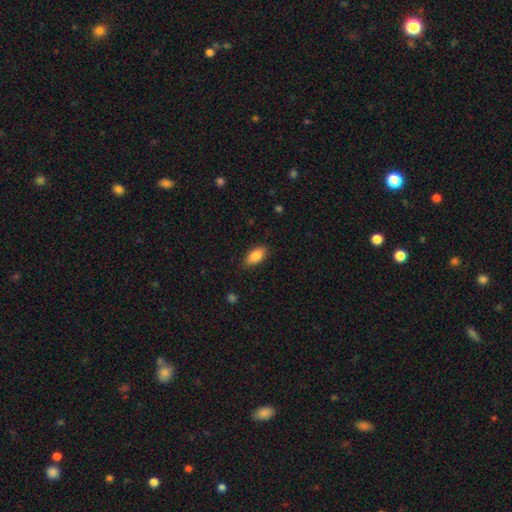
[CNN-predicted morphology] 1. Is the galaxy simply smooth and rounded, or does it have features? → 87% smooth, 7% star or artifact, 6% featured or disk.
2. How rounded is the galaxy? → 90% in between, 6% cigar-shaped, 3% round.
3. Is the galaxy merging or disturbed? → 86% none, 10% minor disturbance, 2% major disturbance, 1% merger.